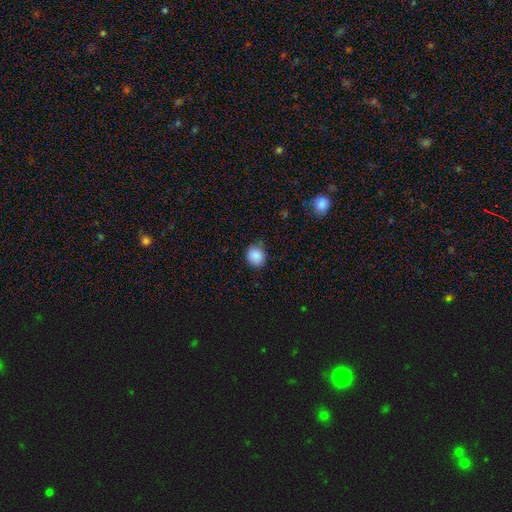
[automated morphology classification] Smooth or featured?
  - smooth: 88% *
  - star or artifact: 9%
  - featured or disk: 3%
How rounded?
  - round: 75% *
  - in between: 24%
  - cigar-shaped: 1%
Merging?
  - none: 77% *
  - minor disturbance: 19%
  - major disturbance: 3%
  - merger: 1%